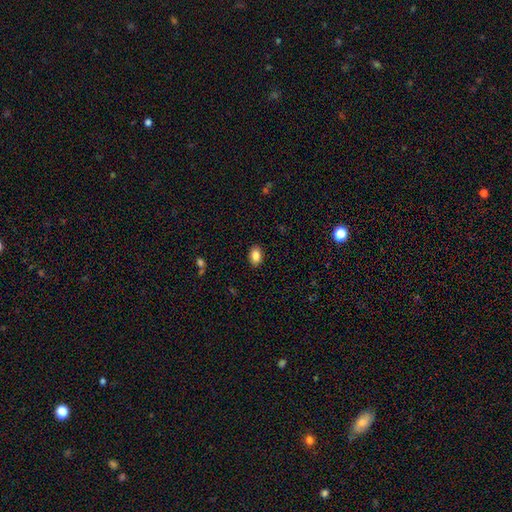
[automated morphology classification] This appears to be a smooth galaxy with no disk features (87%) that is in between round and cigar-shaped (87%). Merging: none (89%).